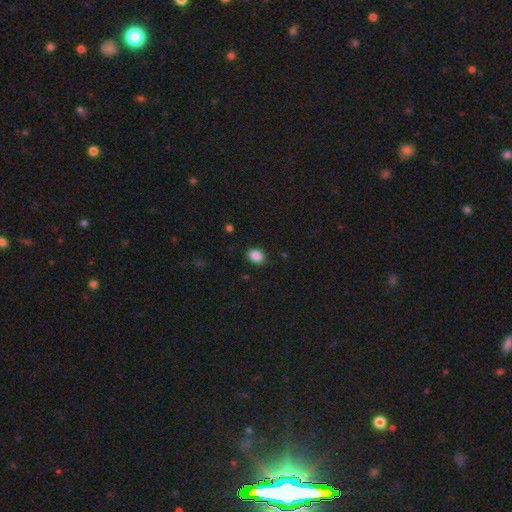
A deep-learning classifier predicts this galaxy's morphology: Smooth or featured? smooth (88%)
How rounded? in between (74%)
Merging? none (87%)